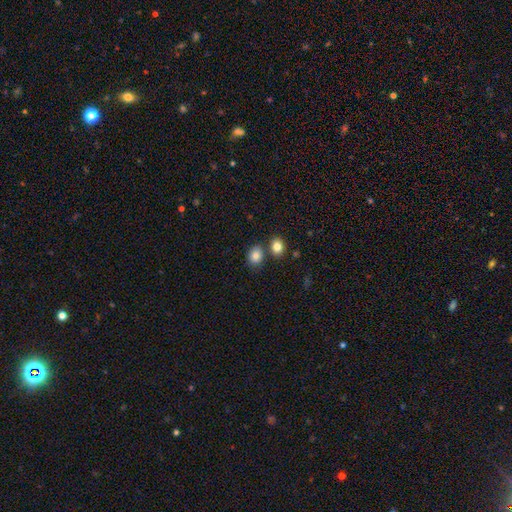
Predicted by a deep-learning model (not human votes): Smooth or featured? smooth (84%)
How rounded? in between (52%)
Merging? none (68%)